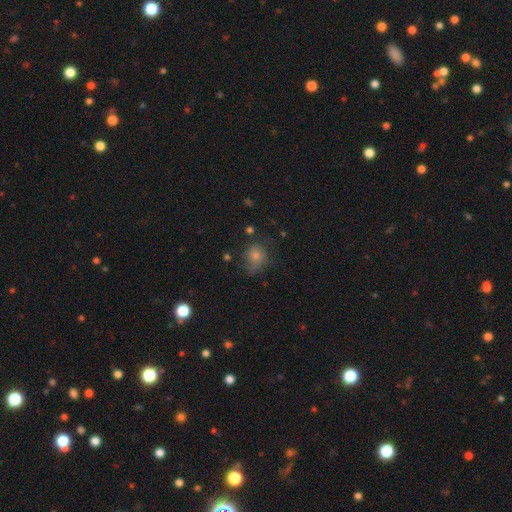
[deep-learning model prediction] Smooth or featured? smooth (76%)
How rounded? round (55%)
Merging? none (51%)